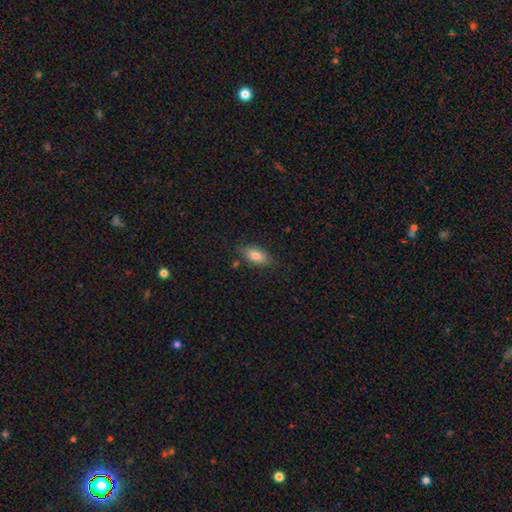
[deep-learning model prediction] Smooth or featured? smooth (81%)
How rounded? in between (87%)
Merging? none (81%)